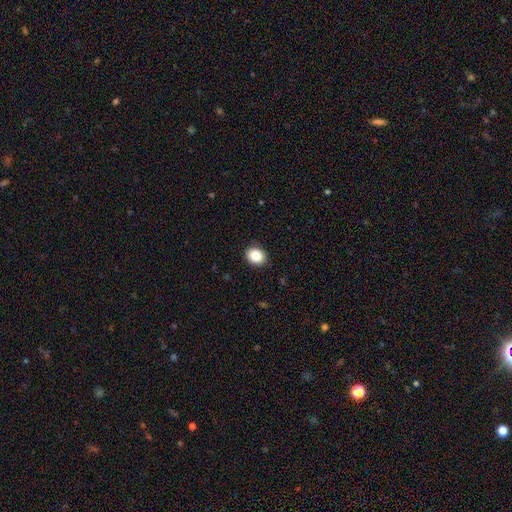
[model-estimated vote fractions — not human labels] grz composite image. It shows a smooth galaxy with no disk features (86%) that is round (54%). Merging: none (90%).